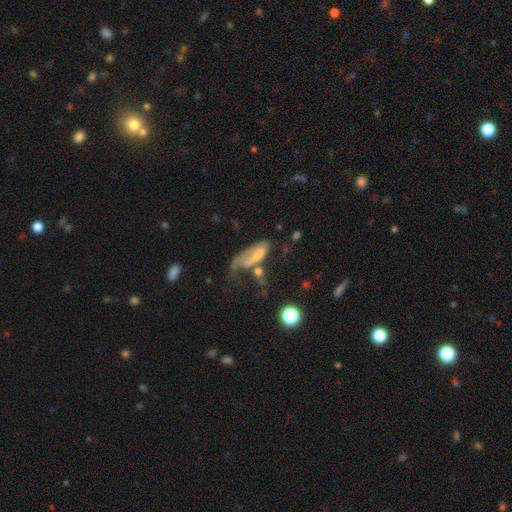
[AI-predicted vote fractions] Overall: smooth (52%; featured or disk 37%). How rounded: in between (74%). Merging: major disturbance (41%; merger 26%).